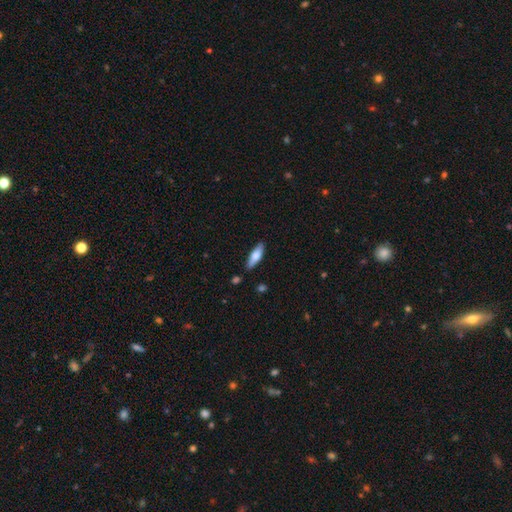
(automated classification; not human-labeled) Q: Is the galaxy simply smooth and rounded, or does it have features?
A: smooth — 67%.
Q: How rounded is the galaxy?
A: cigar-shaped — 50%.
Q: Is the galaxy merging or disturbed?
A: none — 84%.